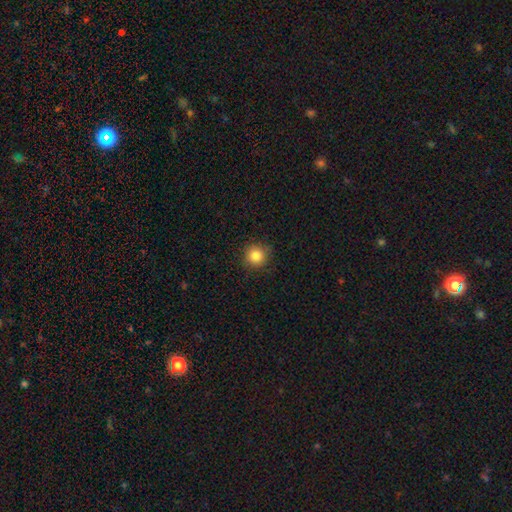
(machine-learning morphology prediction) Smooth or featured: smooth — 85% (star or artifact — 10%)
How rounded: round — 93% (in between — 6%)
Merging: none — 87% (minor disturbance — 9%)